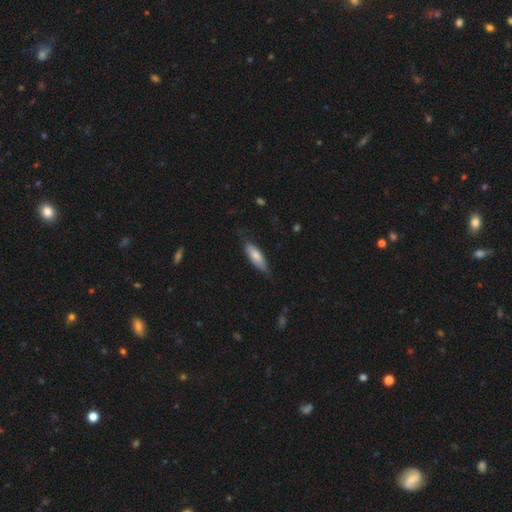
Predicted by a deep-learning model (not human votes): smooth-or-featured: smooth: 74% | featured or disk: 20% | star or artifact: 5%
  how-rounded: in between: 64% | cigar-shaped: 34% | round: 2%
  merging: none: 68% | minor disturbance: 26% | major disturbance: 5% | merger: 1%